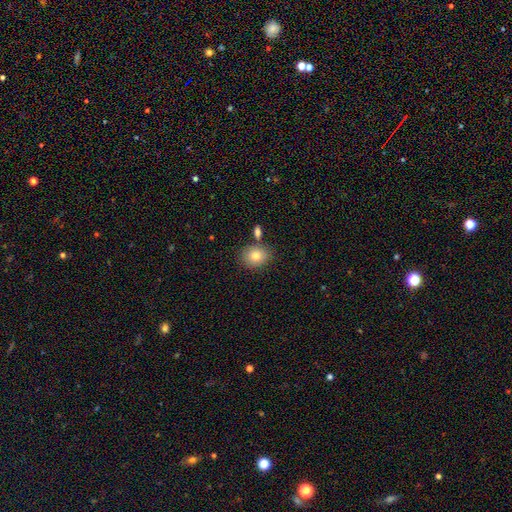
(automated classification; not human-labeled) A smooth galaxy with no disk features (81%) that is round (51%). Merging: none (74%).